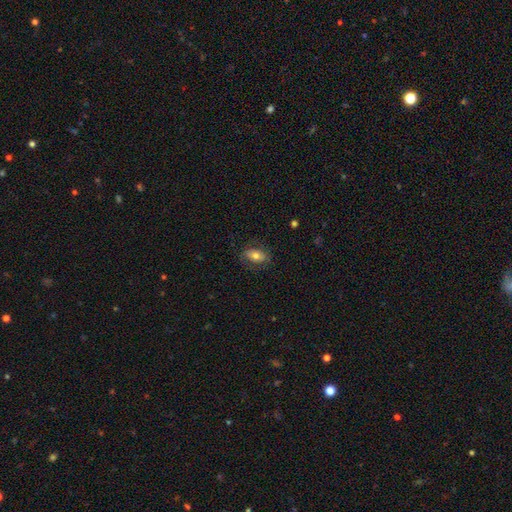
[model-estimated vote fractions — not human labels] smooth_or_featured: smooth (p=0.64) [alt: featured or disk p=0.28]
how_rounded: in between (p=0.87) [alt: round p=0.11]
merging: none (p=0.76) [alt: minor disturbance p=0.16]